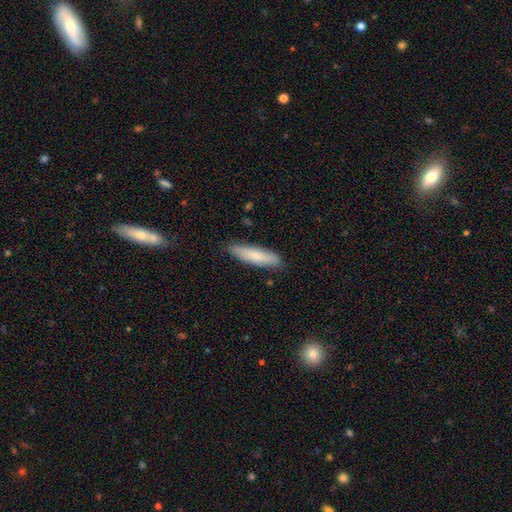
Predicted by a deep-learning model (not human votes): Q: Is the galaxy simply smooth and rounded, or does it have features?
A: smooth — 78%.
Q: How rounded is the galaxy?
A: cigar-shaped — 71%.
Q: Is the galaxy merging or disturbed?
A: none — 84%.